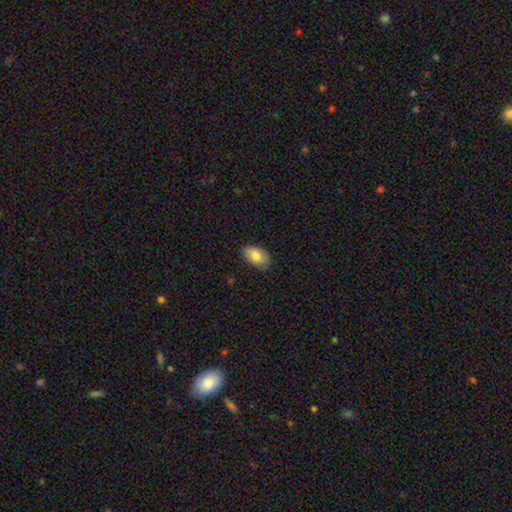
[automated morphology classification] Q: Smooth or featured?
A: smooth (80%); runner-up: featured or disk (13%)
Q: How rounded?
A: in between (93%); runner-up: round (6%)
Q: Merging?
A: none (82%); runner-up: minor disturbance (14%)